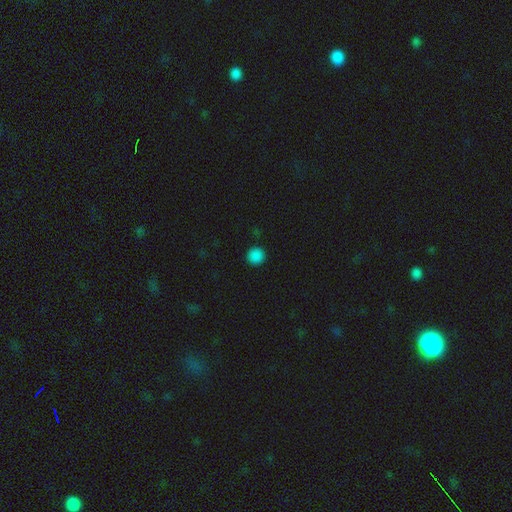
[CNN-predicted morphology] A smooth galaxy with no disk features (86%) that is round (95%).

Vote fractions:
- Smooth or featured? smooth: 86% / star or artifact: 12% / featured or disk: 2%
- How rounded? round: 95% / in between: 4% / cigar-shaped: 1%
- Merging? none: 92% / minor disturbance: 5% / major disturbance: 2% / merger: 1%